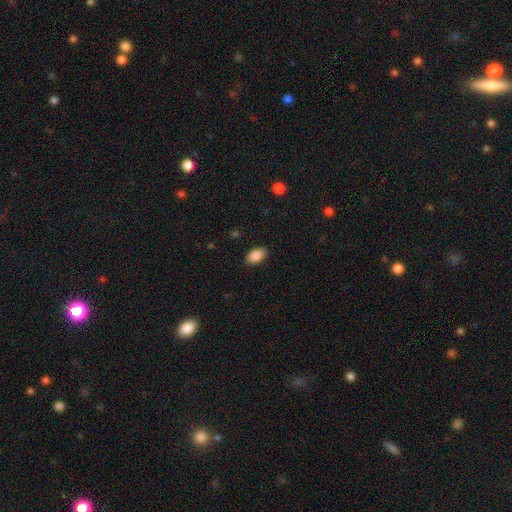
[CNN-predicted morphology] This is clearly a smooth galaxy (89%). How rounded: clearly in between (92%). Merging: clearly none (87%).